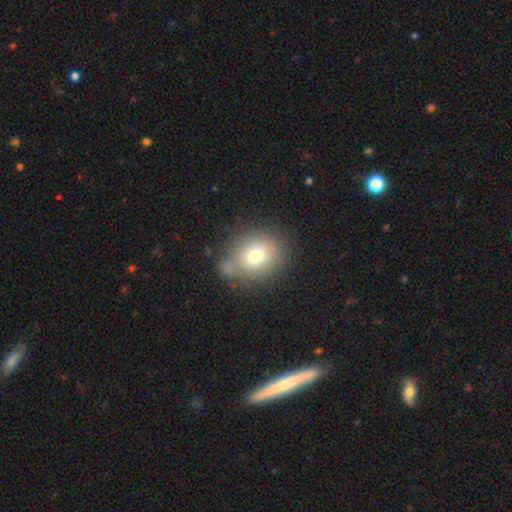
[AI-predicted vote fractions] Smooth or featured? smooth (72%)
How rounded? round (70%)
Merging? none (64%)